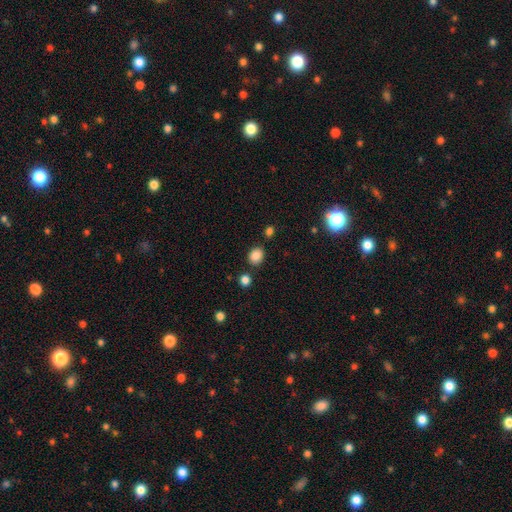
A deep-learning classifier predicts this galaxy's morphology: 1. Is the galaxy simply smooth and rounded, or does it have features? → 85% smooth, 11% star or artifact, 4% featured or disk.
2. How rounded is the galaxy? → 59% round, 40% in between, 1% cigar-shaped.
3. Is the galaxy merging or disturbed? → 82% none, 10% minor disturbance, 6% merger, 3% major disturbance.